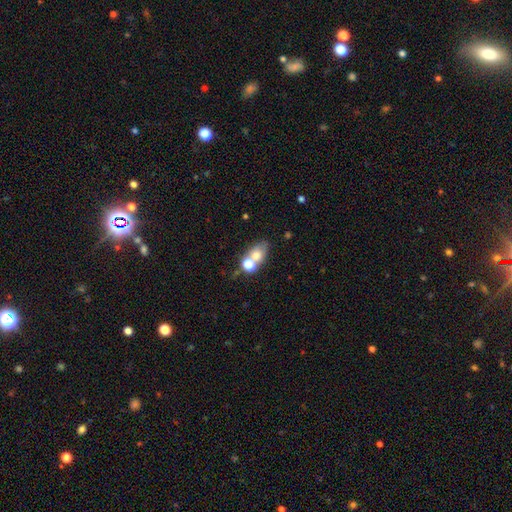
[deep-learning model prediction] Smooth or featured: smooth — 67% (featured or disk — 18%)
How rounded: in between — 62% (round — 36%)
Merging: merger — 44% (none — 39%)